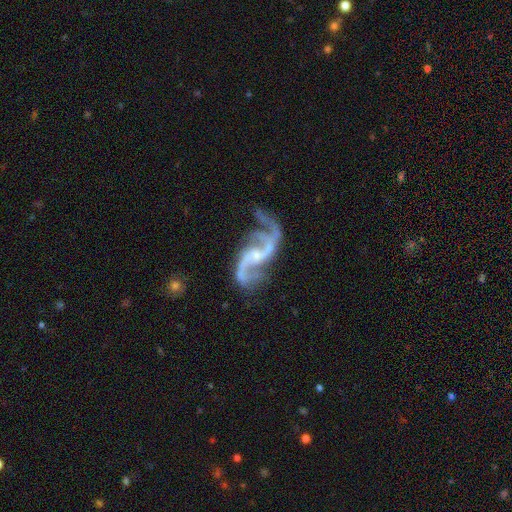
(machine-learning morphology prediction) featured or disk 92%, star or artifact 5%, smooth 3%. Down the decision tree: edge-on disk — no (97%); bar — weak (43%); spiral arms — yes (98%); spiral arm count — 2 (78%); spiral winding — loose (66%); bulge size — small (66%); merging — none (58%).